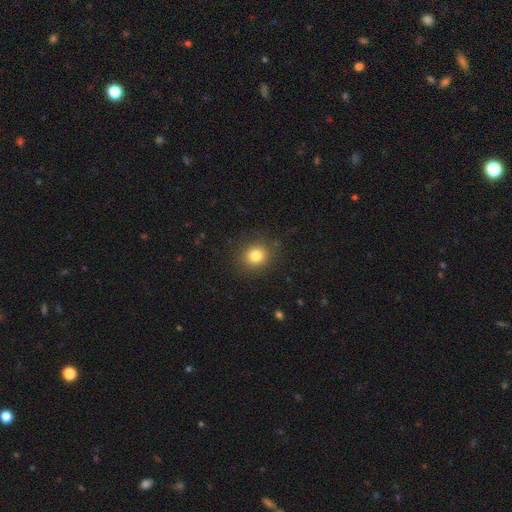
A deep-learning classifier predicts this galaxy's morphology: smooth-or-featured: smooth: 81% | star or artifact: 12% | featured or disk: 7%
  how-rounded: round: 80% | in between: 20% | cigar-shaped: 1%
  merging: none: 88% | minor disturbance: 8% | major disturbance: 3% | merger: 1%